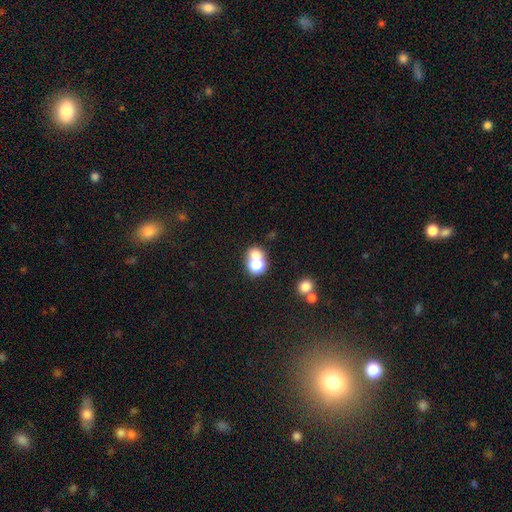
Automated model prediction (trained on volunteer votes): This appears to be a smooth galaxy with no disk features (68%) that is round (68%). Merging: merger (50%).